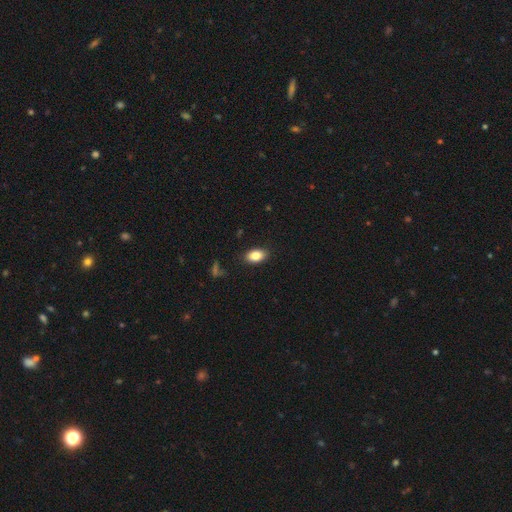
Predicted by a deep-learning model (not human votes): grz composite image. It shows a smooth galaxy with no disk features (85%) that is in between round and cigar-shaped (90%). Merging: none (87%).